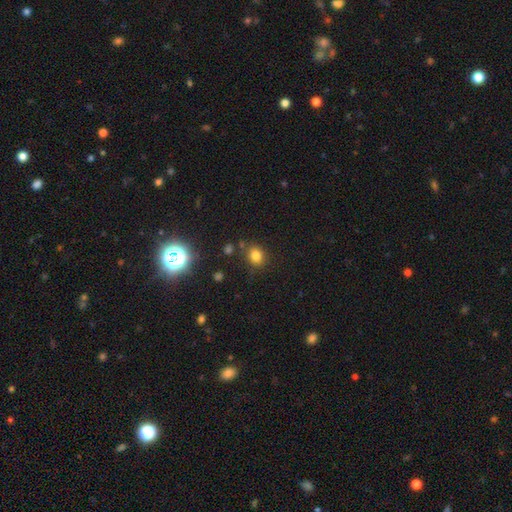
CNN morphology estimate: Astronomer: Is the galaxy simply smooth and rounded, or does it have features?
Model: smooth — 77%.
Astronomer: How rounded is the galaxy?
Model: round — 68%.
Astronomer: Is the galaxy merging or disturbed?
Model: none — 78%.